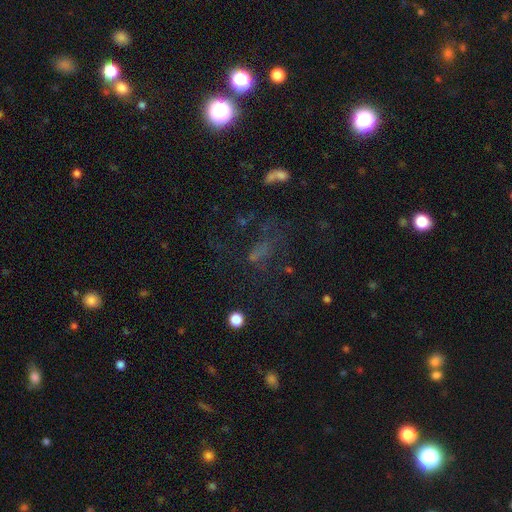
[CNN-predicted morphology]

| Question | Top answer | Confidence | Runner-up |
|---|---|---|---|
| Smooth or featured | star or artifact | 53% | smooth (28%) |